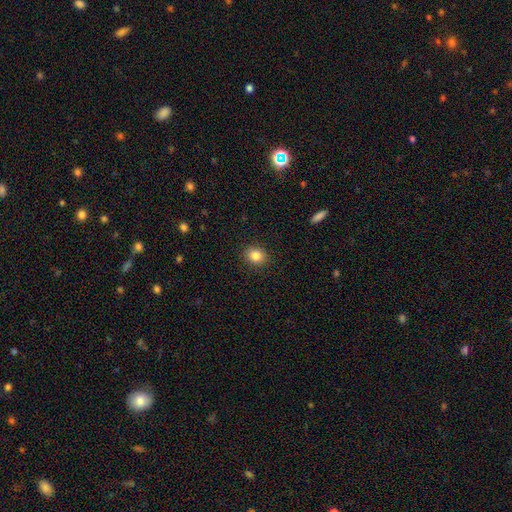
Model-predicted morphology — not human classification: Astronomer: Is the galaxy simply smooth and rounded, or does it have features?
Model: smooth — 84%.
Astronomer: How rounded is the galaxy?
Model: round — 66%.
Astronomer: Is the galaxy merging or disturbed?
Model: none — 90%.